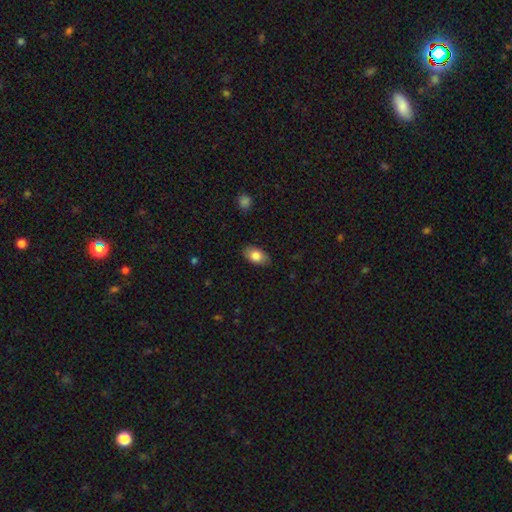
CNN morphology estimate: smooth_or_featured: smooth (p=0.82) [alt: featured or disk p=0.11]
how_rounded: in between (p=0.90) [alt: round p=0.08]
merging: none (p=0.84) [alt: minor disturbance p=0.12]